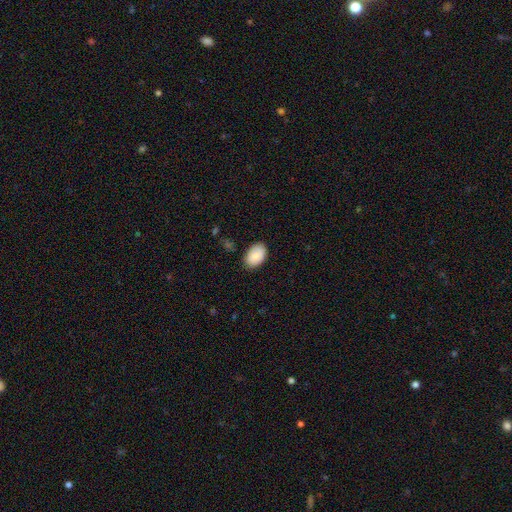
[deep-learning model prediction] This is clearly a smooth galaxy (87%). How rounded: clearly in between (91%). Merging: clearly none (82%).